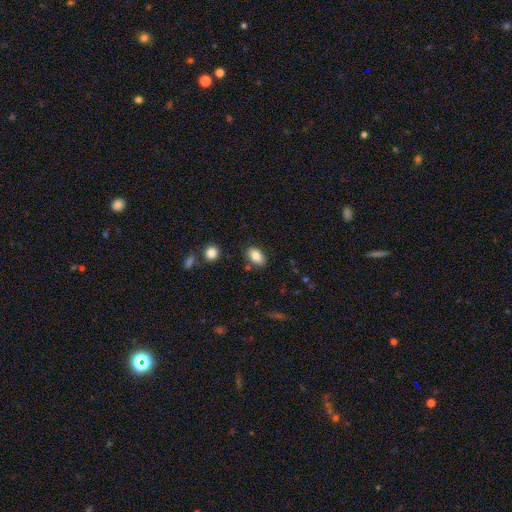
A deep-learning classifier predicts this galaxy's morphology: Q: Smooth or featured?
A: smooth (83%); runner-up: featured or disk (9%)
Q: How rounded?
A: in between (90%); runner-up: round (8%)
Q: Merging?
A: none (83%); runner-up: minor disturbance (11%)